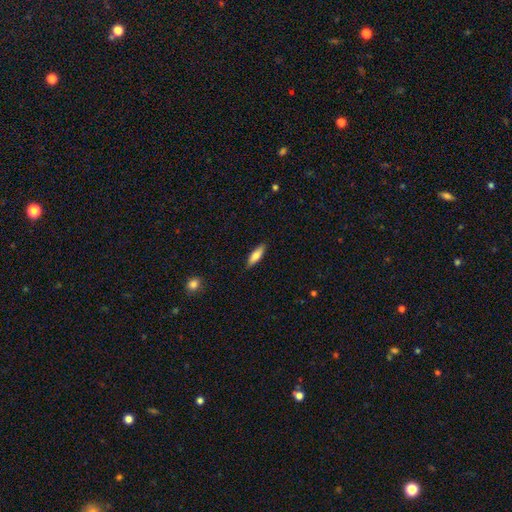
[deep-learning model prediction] This appears to be a smooth galaxy with no disk features (76%) that is in between round and cigar-shaped (49%, tied with cigar-shaped). Merging: none (87%).